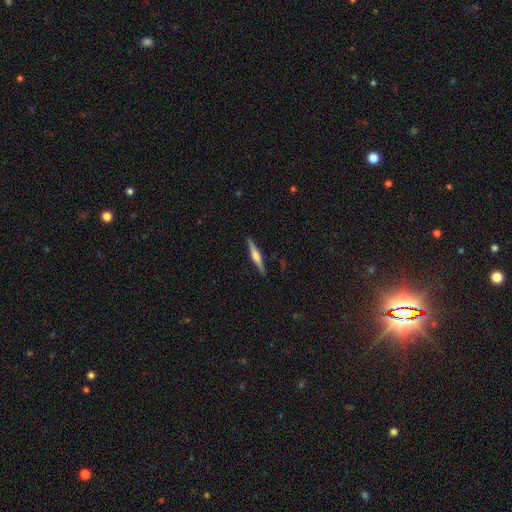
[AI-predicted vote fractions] A featured or disk galaxy (63%) viewed edge-on (98%) with a rounded central bulge (77%). Merging: none (89%).